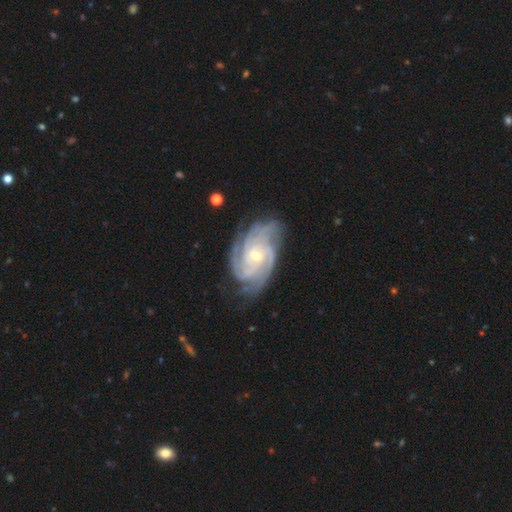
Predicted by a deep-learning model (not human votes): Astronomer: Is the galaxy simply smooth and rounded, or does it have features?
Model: featured or disk — 91%.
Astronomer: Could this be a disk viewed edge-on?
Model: no — 97%.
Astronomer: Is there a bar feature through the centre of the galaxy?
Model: no — 57% (runner-up: weak, 34%).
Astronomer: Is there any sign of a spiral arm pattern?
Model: yes — 98%.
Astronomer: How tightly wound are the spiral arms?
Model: tight — 68%.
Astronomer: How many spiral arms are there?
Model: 4 — 32% (runner-up: 3, 26%).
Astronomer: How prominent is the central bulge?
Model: small — 56% (runner-up: moderate, 40%).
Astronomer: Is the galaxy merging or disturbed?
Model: none — 74%.